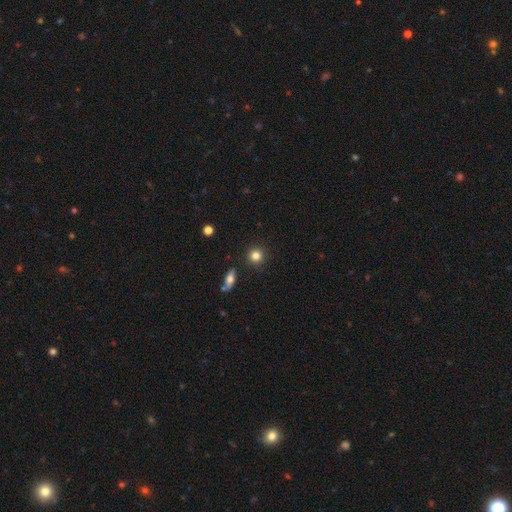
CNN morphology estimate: Smooth or featured? Predicted: smooth (p=0.83). How rounded? Predicted: round (p=0.92). Merging? Predicted: none (p=0.89).